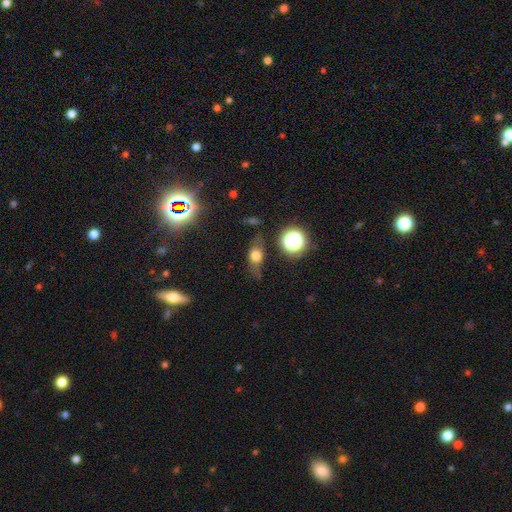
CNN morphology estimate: type=smooth (63%); roundness=in between (60%); merging=none (65%).